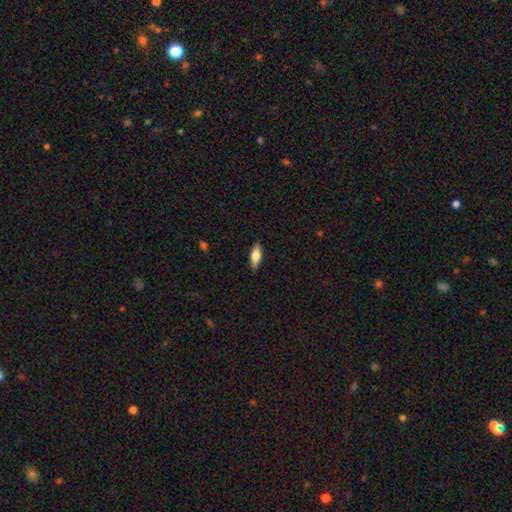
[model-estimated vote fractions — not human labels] Smooth or featured: smooth — 68% (featured or disk — 25%)
How rounded: in between — 69% (cigar-shaped — 29%)
Merging: none — 88% (minor disturbance — 9%)